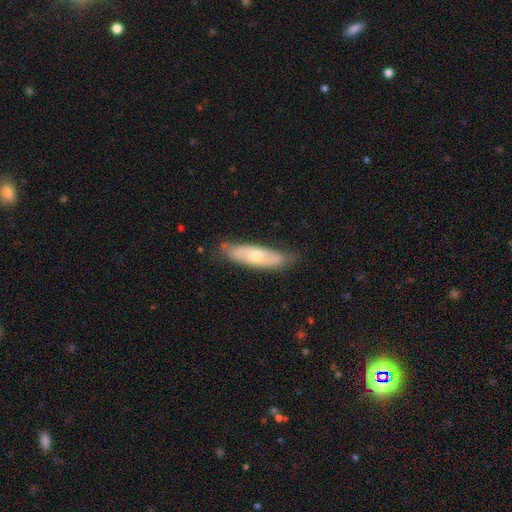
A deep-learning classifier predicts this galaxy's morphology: This appears to be a featured or disk galaxy (48%). Merging: none (75%).